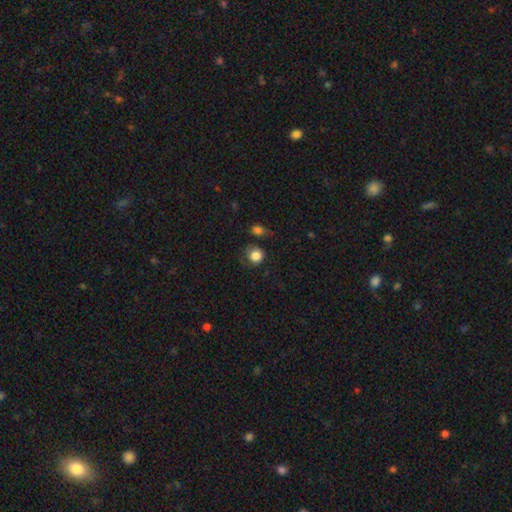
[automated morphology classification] smooth-or-featured: smooth: 83% | star or artifact: 10% | featured or disk: 6%
  how-rounded: round: 88% | in between: 11% | cigar-shaped: 1%
  merging: none: 66% | minor disturbance: 20% | major disturbance: 9% | merger: 6%